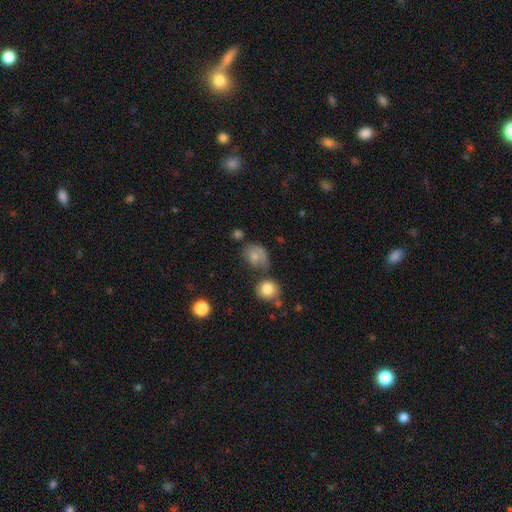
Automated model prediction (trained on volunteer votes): smooth 73%, featured or disk 17%, star or artifact 10%. Down the decision tree: how rounded — round (50%); merging — none (35%).